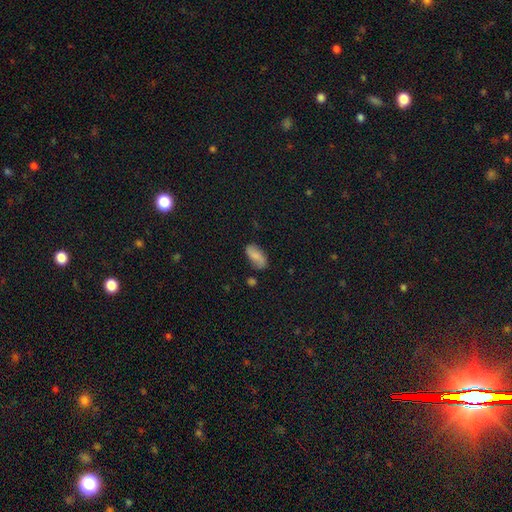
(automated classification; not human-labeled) Smooth or featured: smooth — 79% (featured or disk — 13%)
How rounded: in between — 90% (cigar-shaped — 7%)
Merging: none — 70% (minor disturbance — 21%)